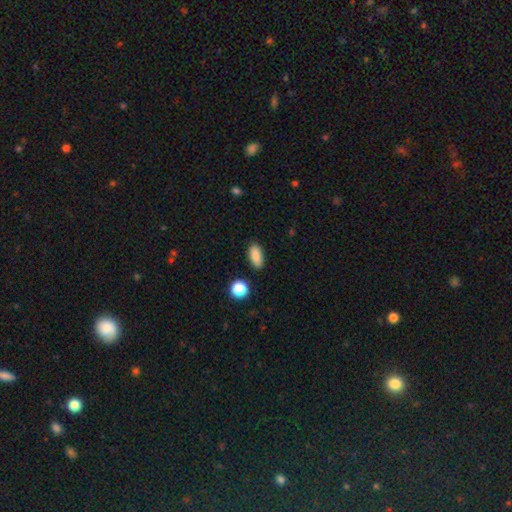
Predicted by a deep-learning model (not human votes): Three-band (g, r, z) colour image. It shows a smooth galaxy with no disk features (87%) that is in between round and cigar-shaped (84%). Merging: none (85%).